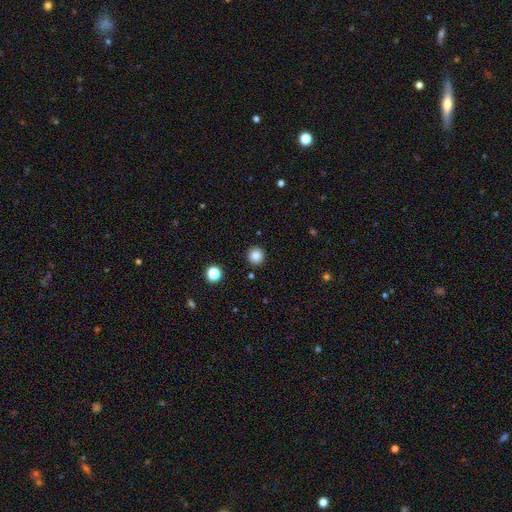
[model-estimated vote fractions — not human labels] smooth_or_featured: smooth (p=0.83) [alt: star or artifact p=0.11]
how_rounded: round (p=0.95) [alt: in between p=0.04]
merging: none (p=0.91) [alt: minor disturbance p=0.05]